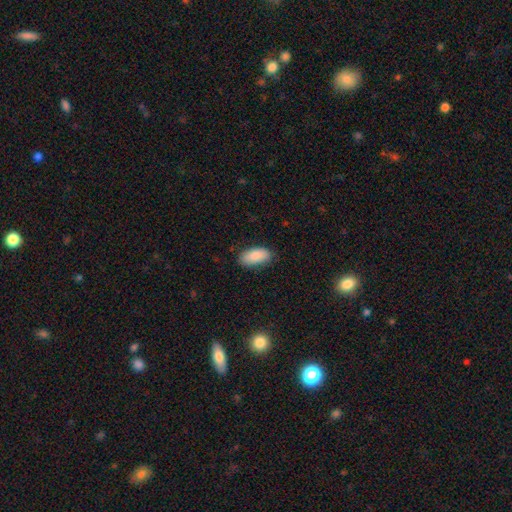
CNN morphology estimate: A smooth galaxy with no disk features (88%) that is in between round and cigar-shaped (93%). Merging: none (82%).